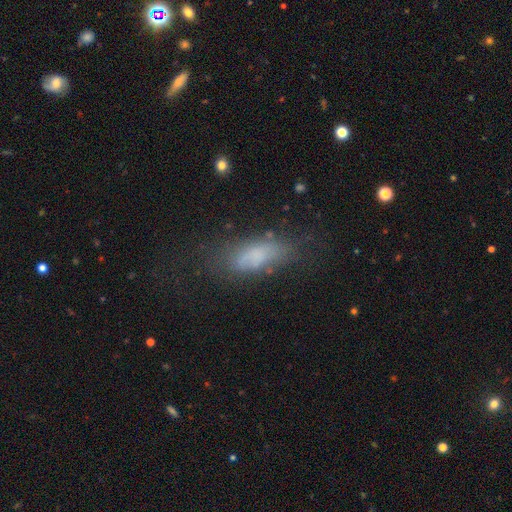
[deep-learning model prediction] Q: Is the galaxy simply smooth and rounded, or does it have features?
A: smooth — 66%.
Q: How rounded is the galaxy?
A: in between — 70%.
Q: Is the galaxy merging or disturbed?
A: none — 50%.